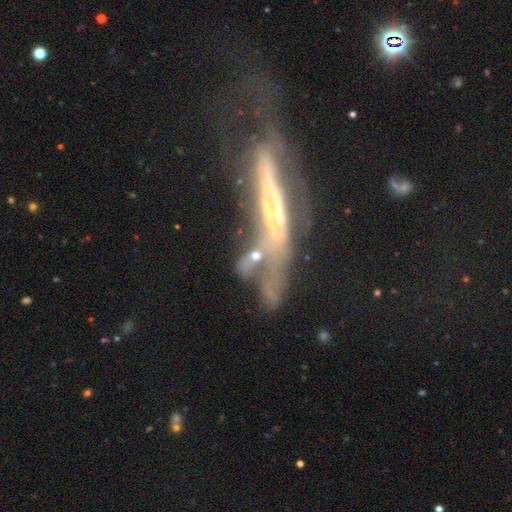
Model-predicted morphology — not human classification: This is possibly a featured or disk galaxy (51%). It is likely not viewed edge-on (61%). Merging: marginally merger (38%).